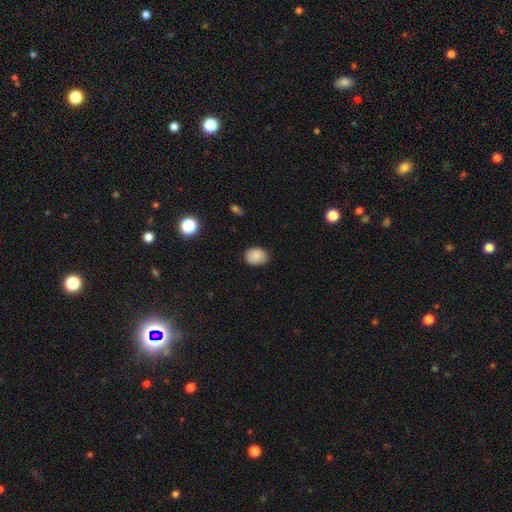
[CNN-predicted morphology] A smooth galaxy with no disk features (86%) that is in between round and cigar-shaped (58%).

Vote fractions:
- Smooth or featured? smooth: 86% / star or artifact: 8% / featured or disk: 6%
- How rounded? in between: 58% / round: 41% / cigar-shaped: 1%
- Merging? none: 80% / minor disturbance: 16% / major disturbance: 3% / merger: 1%